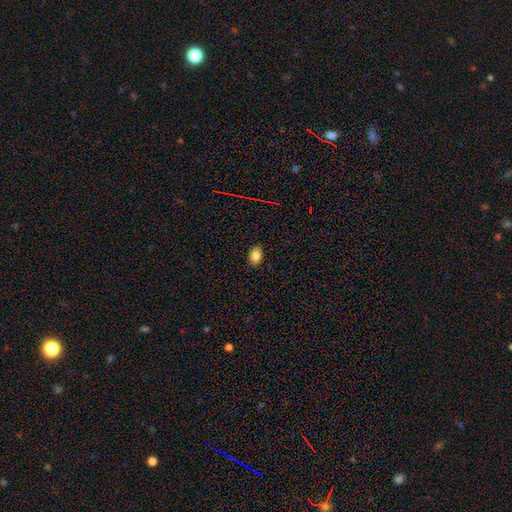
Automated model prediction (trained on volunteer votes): The model was most divided on "smooth or featured": smooth: 82%, star or artifact: 10%, featured or disk: 7%. More confident: merging — none (87%); how rounded — in between (87%).